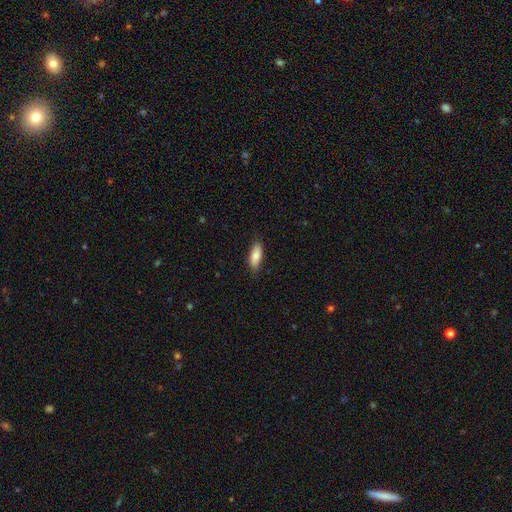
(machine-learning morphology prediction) smooth_or_featured: smooth (p=0.82) [alt: featured or disk p=0.12]
how_rounded: in between (p=0.69) [alt: cigar-shaped p=0.30]
merging: none (p=0.83) [alt: minor disturbance p=0.14]